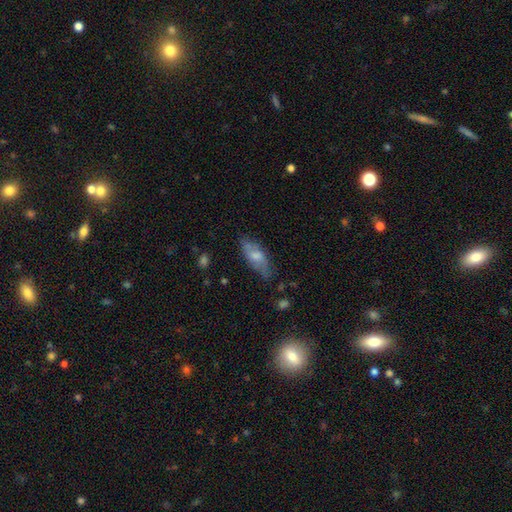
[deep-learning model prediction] smooth_or_featured: smooth (p=0.60) [alt: featured or disk p=0.33]
how_rounded: in between (p=0.71) [alt: cigar-shaped p=0.26]
merging: none (p=0.65) [alt: minor disturbance p=0.25]